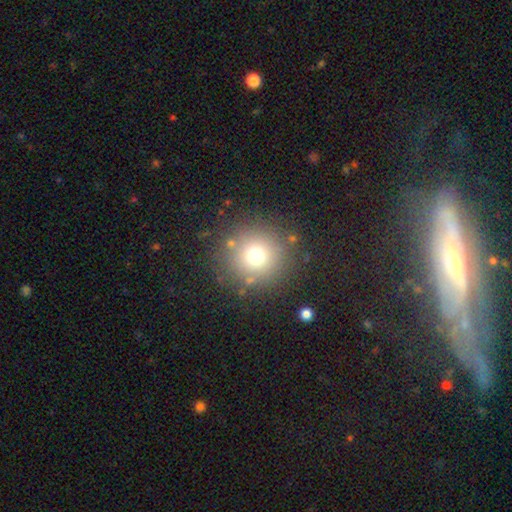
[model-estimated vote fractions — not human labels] The model was most divided on "smooth or featured": smooth: 70%, star or artifact: 18%, featured or disk: 12%. More confident: how rounded — round (94%); merging — none (84%).